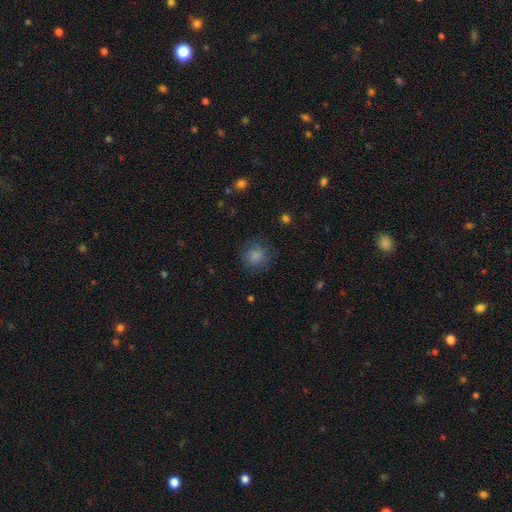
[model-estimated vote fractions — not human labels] smooth 85%, star or artifact 10%, featured or disk 5%. Down the decision tree: how rounded — round (91%); merging — none (82%).